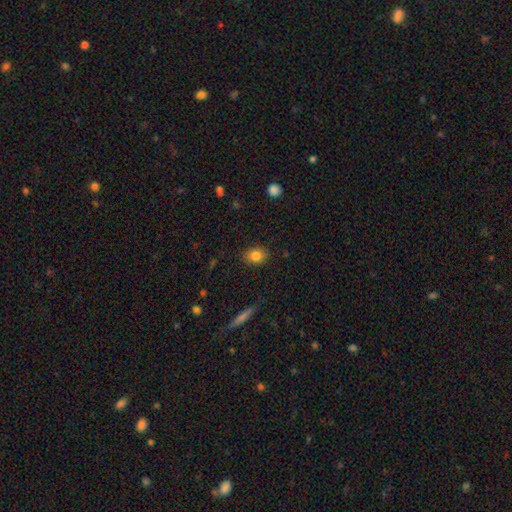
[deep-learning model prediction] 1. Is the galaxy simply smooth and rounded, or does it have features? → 83% smooth, 9% star or artifact, 8% featured or disk.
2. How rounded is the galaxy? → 55% in between, 43% round, 2% cigar-shaped.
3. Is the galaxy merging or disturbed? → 86% none, 11% minor disturbance, 3% major disturbance, 1% merger.